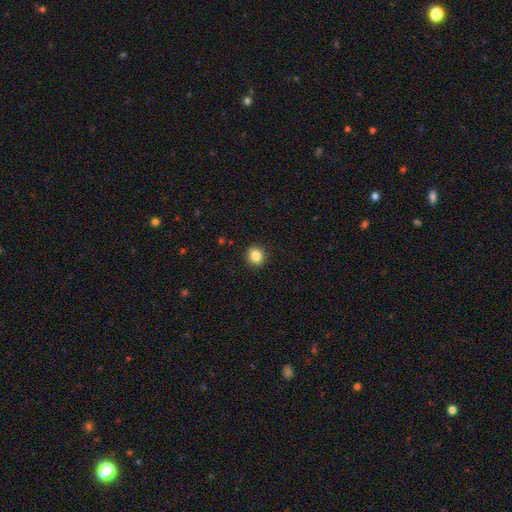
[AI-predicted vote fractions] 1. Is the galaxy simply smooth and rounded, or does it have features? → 85% smooth, 10% star or artifact, 5% featured or disk.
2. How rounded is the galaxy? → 80% round, 19% in between, 1% cigar-shaped.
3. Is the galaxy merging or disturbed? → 91% none, 6% minor disturbance, 2% major disturbance, 1% merger.